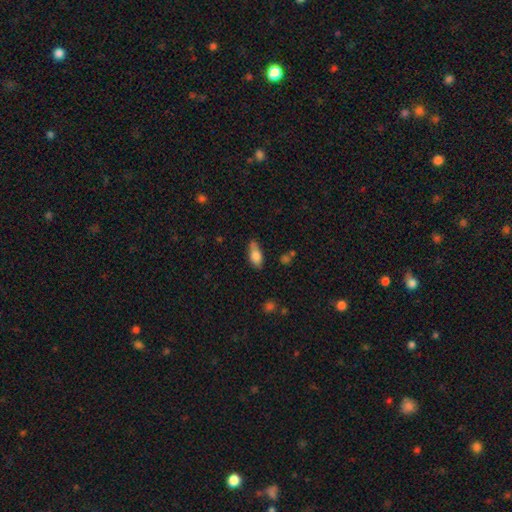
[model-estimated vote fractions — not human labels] Morphology: type=smooth (81%); roundness=in between (83%); merging=none (53%).